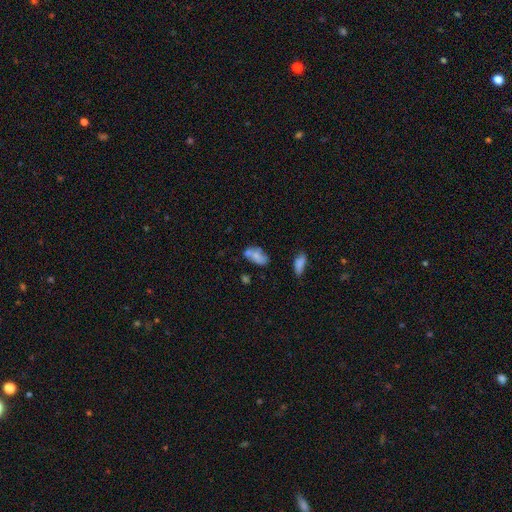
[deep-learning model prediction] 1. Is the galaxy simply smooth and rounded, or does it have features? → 60% smooth, 30% featured or disk, 10% star or artifact.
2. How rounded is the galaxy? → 87% in between, 7% round, 6% cigar-shaped.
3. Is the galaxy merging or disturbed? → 41% none, 29% merger, 21% minor disturbance, 9% major disturbance.